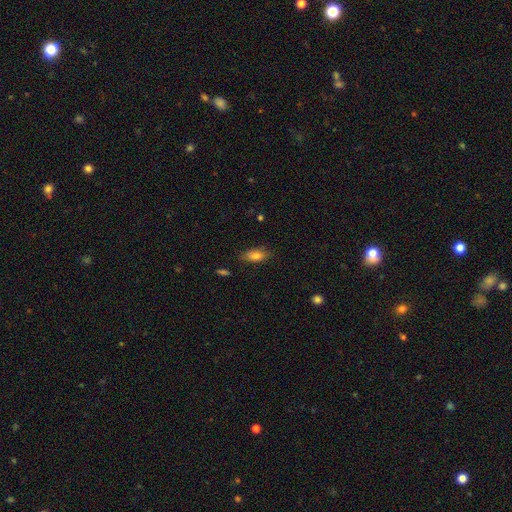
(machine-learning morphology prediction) type=smooth (80%); roundness=in between (84%); merging=none (80%).